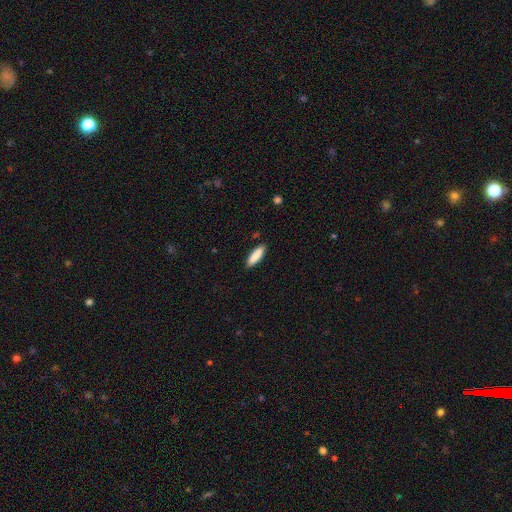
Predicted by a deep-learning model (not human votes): A smooth galaxy with no disk features (87%) that is cigar-shaped (59%). Merging: none (88%).